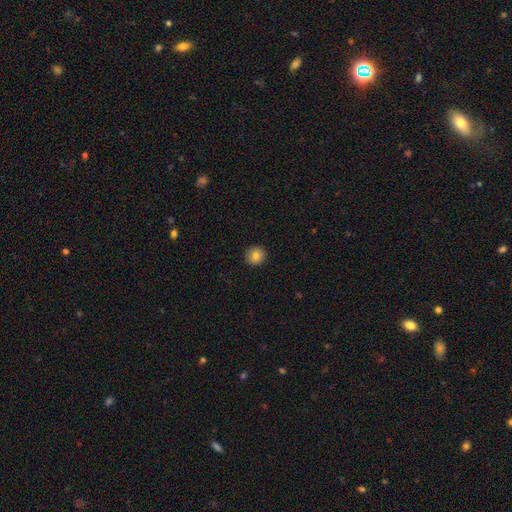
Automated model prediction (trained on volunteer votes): Smooth or featured: smooth — 83% (star or artifact — 10%)
How rounded: round — 93% (in between — 6%)
Merging: none — 92% (minor disturbance — 5%)